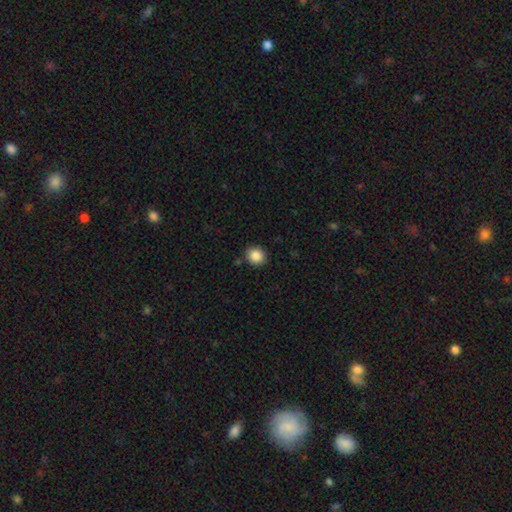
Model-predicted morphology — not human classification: type=smooth (87%); roundness=round (77%); merging=none (87%).